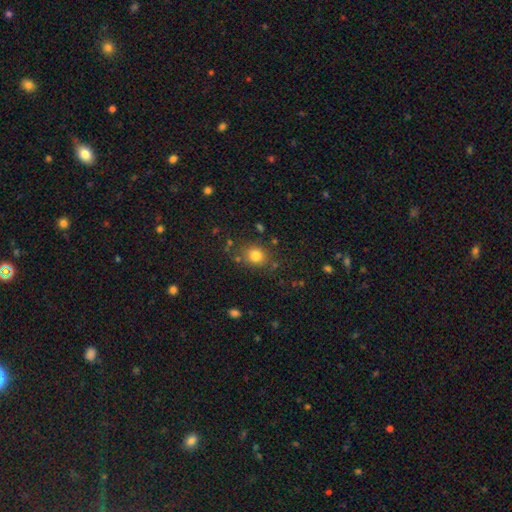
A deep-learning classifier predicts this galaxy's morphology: Q: Smooth or featured?
A: smooth (80%); runner-up: star or artifact (13%)
Q: How rounded?
A: round (71%); runner-up: in between (28%)
Q: Merging?
A: none (77%); runner-up: minor disturbance (13%)